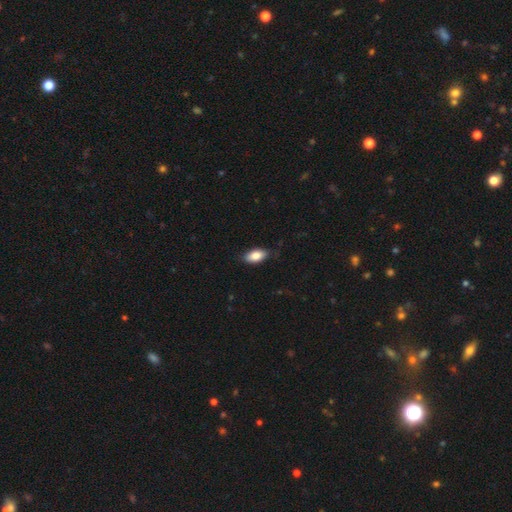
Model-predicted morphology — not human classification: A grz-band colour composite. It shows a smooth galaxy with no disk features (85%) that is in between round and cigar-shaped (91%). Merging: none (80%).